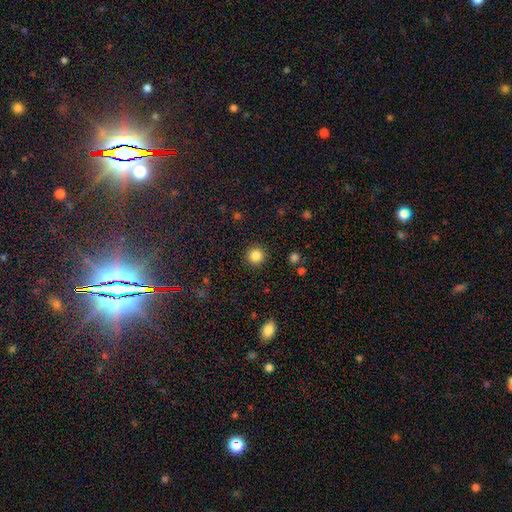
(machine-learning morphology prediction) This appears to be a smooth galaxy with no disk features (85%) that is round (95%). Merging: none (92%).